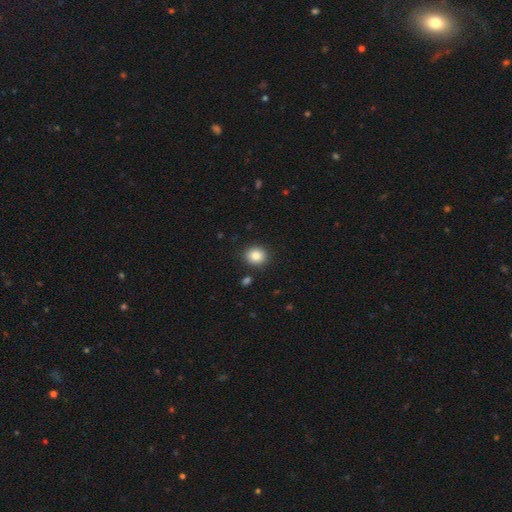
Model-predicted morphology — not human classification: Smooth or featured? Predicted: smooth (p=0.87). How rounded? Predicted: round (p=0.72). Merging? Predicted: none (p=0.88).